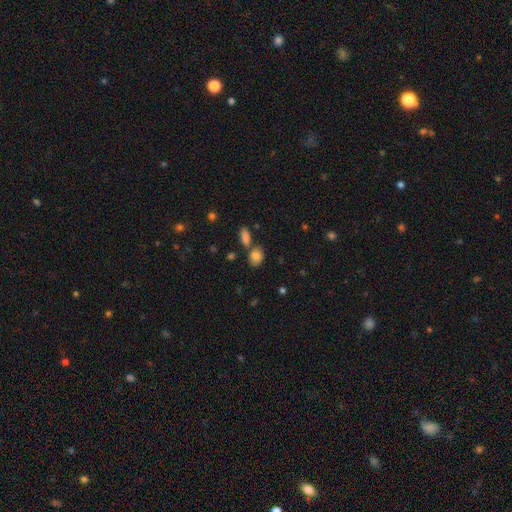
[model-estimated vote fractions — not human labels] Smooth or featured? Predicted: smooth (p=0.81). How rounded? Predicted: in between (p=0.70). Merging? Predicted: none (p=0.57).